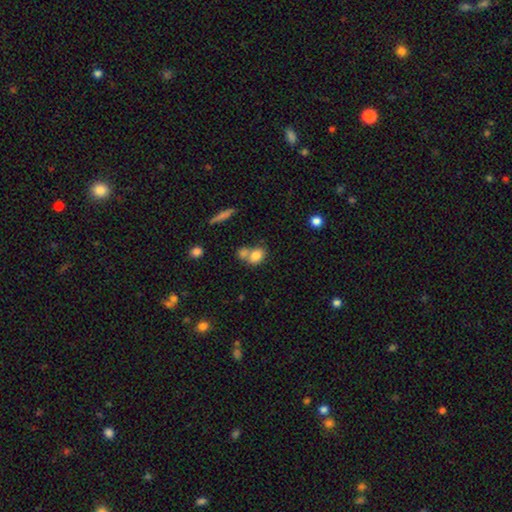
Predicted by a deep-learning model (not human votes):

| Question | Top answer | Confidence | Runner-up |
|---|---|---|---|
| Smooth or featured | smooth | 80% | featured or disk (11%) |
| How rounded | in between | 65% | round (33%) |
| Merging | merger | 43% | none (41%) |